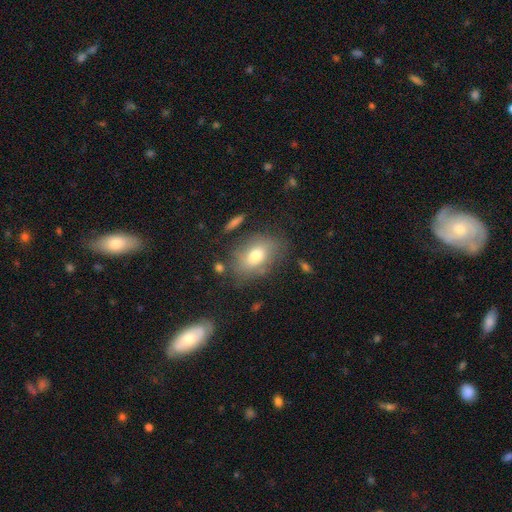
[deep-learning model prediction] This appears to be a smooth galaxy with no disk features (71%) that is in between round and cigar-shaped (79%). Merging: none (71%).